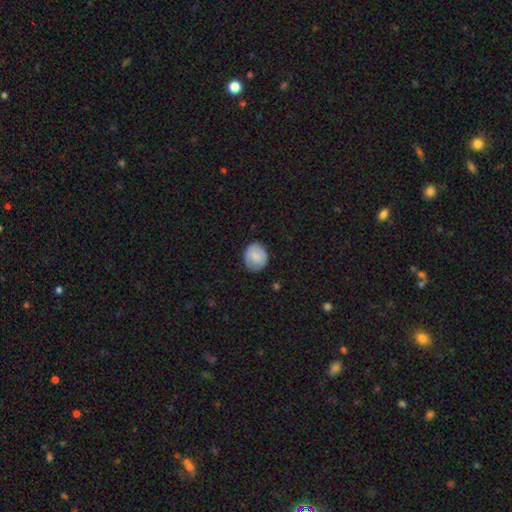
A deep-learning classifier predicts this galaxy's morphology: Smooth or featured: smooth — 79% (featured or disk — 14%)
How rounded: round — 74% (in between — 25%)
Merging: none — 81% (minor disturbance — 15%)